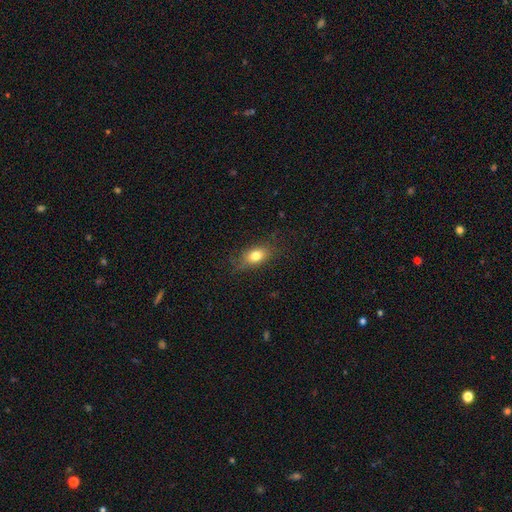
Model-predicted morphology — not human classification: Smooth or featured? Predicted: smooth (p=0.78). How rounded? Predicted: in between (p=0.78). Merging? Predicted: none (p=0.76).